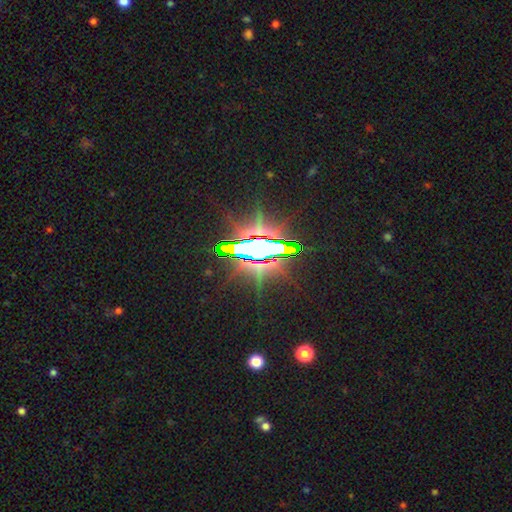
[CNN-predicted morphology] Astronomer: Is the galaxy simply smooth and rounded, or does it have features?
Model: star or artifact — 76%.